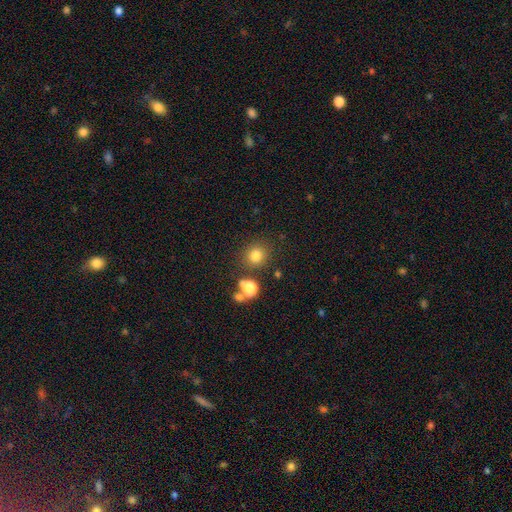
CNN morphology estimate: smooth 78%, star or artifact 15%, featured or disk 7%. Down the decision tree: how rounded — round (85%); merging — none (80%).